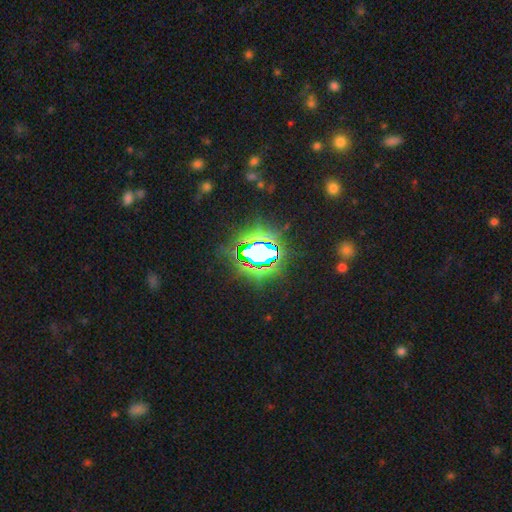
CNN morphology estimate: This appears to be a star or artifact, not a galaxy (77%).